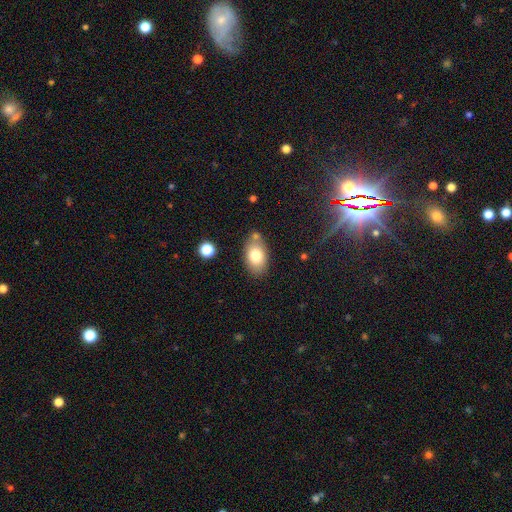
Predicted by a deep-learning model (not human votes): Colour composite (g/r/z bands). It shows a smooth galaxy with no disk features (76%) that is in between round and cigar-shaped (89%). Merging: none (73%).